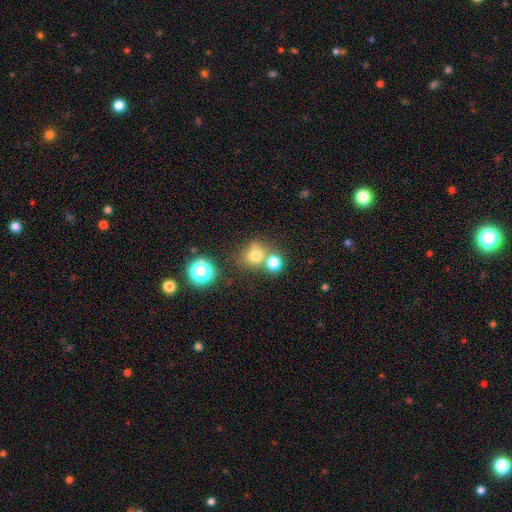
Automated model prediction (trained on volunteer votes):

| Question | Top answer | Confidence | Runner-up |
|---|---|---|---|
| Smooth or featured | smooth | 71% | star or artifact (19%) |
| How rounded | round | 79% | in between (20%) |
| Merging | none | 52% | merger (34%) |